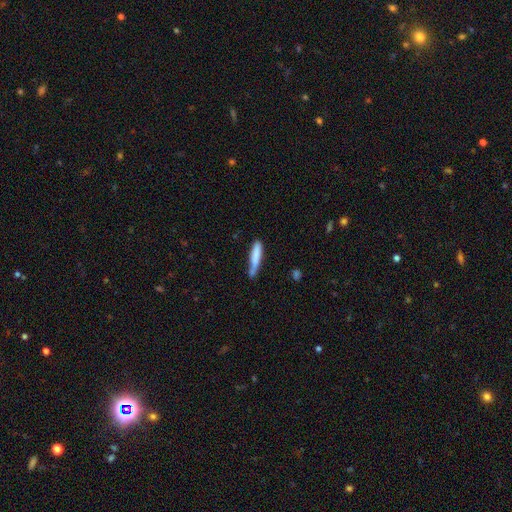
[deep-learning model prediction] This appears to be a smooth galaxy with no disk features (78%) that is cigar-shaped (88%). Merging: none (55%).